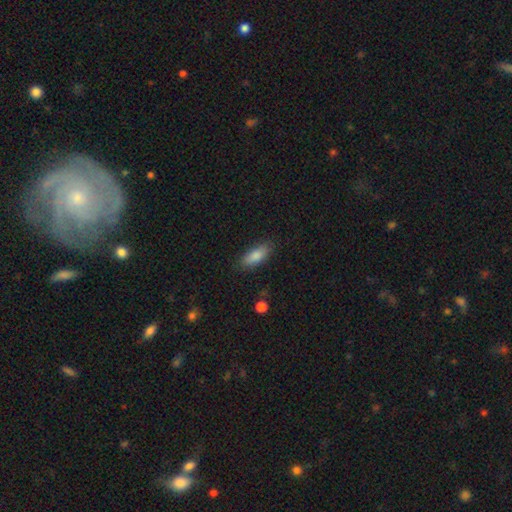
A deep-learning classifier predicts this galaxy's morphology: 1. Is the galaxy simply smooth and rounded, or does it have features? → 86% smooth, 8% featured or disk, 7% star or artifact.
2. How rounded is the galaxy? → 78% in between, 20% cigar-shaped, 2% round.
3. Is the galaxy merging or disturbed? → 83% none, 12% minor disturbance, 3% major disturbance, 1% merger.